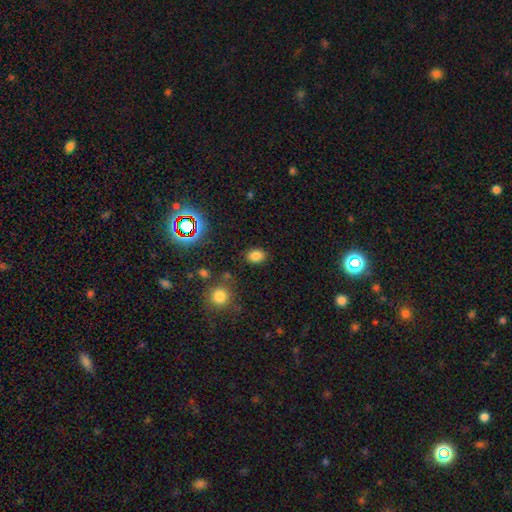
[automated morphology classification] Smooth or featured?
  - smooth: 78% *
  - star or artifact: 15%
  - featured or disk: 6%
How rounded?
  - in between: 62% *
  - round: 37%
  - cigar-shaped: 1%
Merging?
  - none: 84% *
  - minor disturbance: 10%
  - major disturbance: 3%
  - merger: 3%